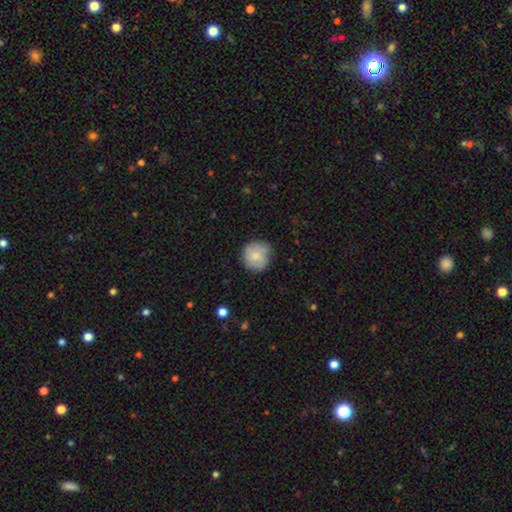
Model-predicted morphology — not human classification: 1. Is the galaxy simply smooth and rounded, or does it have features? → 67% smooth, 26% featured or disk, 7% star or artifact.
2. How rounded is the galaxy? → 90% round, 9% in between, 1% cigar-shaped.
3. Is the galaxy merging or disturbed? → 69% none, 23% minor disturbance, 6% major disturbance, 2% merger.